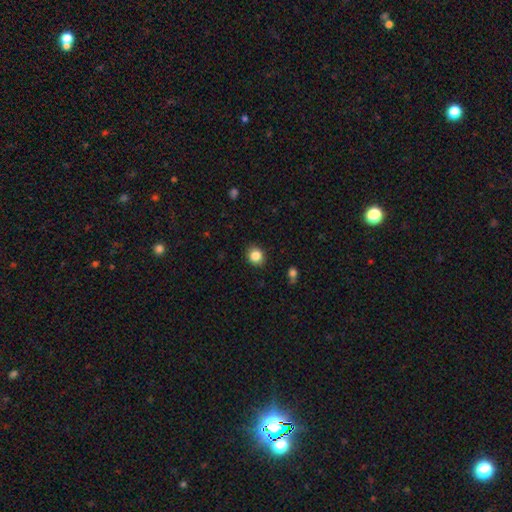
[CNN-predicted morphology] Smooth or featured? Predicted: smooth (p=0.84). How rounded? Predicted: round (p=0.76). Merging? Predicted: none (p=0.89).